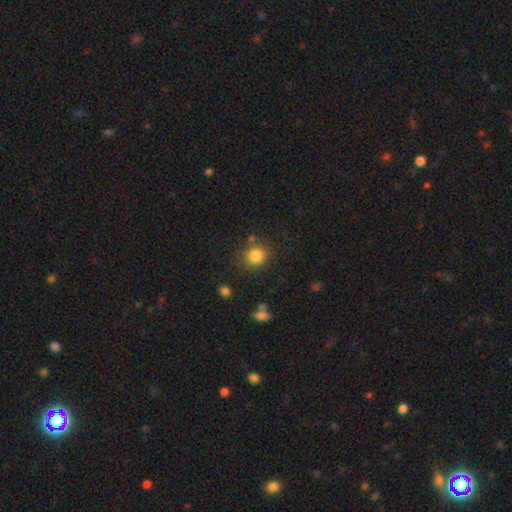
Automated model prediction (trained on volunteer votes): Q: Smooth or featured?
A: smooth (84%); runner-up: star or artifact (11%)
Q: How rounded?
A: round (83%); runner-up: in between (16%)
Q: Merging?
A: none (78%); runner-up: minor disturbance (12%)